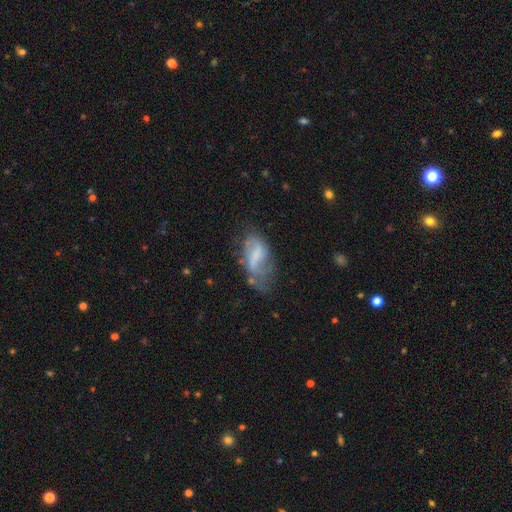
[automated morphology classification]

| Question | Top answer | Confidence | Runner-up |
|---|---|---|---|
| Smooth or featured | featured or disk | 54% | smooth (37%) |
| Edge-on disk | no | 95% | yes (5%) |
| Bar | weak | 44% | no (29%) |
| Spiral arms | yes | 63% | no (37%) |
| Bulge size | none | 45% | small (27%) |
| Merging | none | 36% | minor disturbance (30%) |